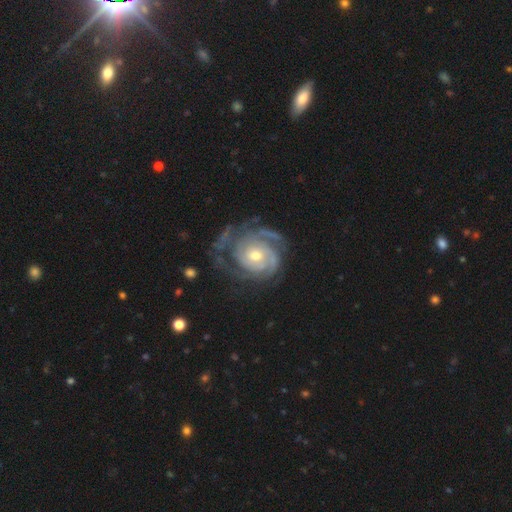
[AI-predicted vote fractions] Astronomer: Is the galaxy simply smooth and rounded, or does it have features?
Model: featured or disk — 90%.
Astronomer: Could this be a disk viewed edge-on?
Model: no — 98%.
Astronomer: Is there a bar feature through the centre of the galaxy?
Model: no — 72%.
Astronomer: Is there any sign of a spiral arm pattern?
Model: yes — 97%.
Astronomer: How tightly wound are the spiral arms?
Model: tight — 72%.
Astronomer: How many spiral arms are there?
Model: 3 — 30% (runner-up: can't tell, 23%).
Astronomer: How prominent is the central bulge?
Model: moderate — 62%.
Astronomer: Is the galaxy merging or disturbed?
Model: none — 64%.